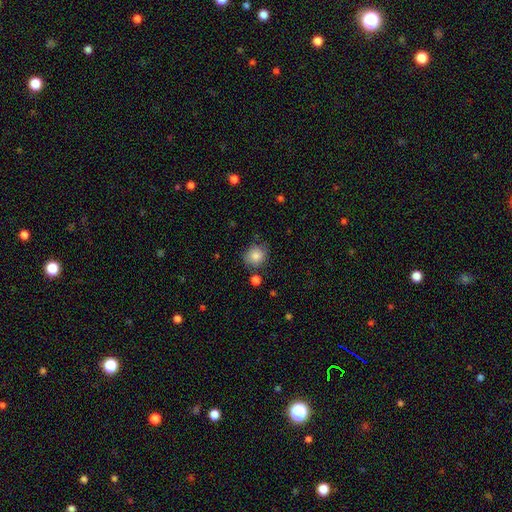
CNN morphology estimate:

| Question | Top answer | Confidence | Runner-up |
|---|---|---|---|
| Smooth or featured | smooth | 83% | star or artifact (9%) |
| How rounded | round | 82% | in between (17%) |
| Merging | none | 73% | minor disturbance (17%) |